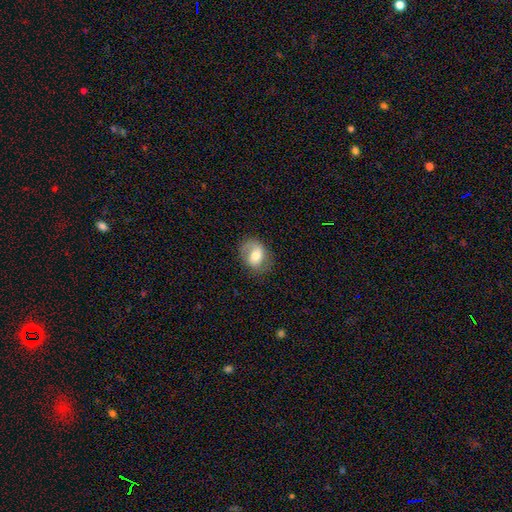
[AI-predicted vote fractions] Q: Smooth or featured?
A: smooth (53%); runner-up: featured or disk (39%)
Q: How rounded?
A: in between (56%); runner-up: round (43%)
Q: Merging?
A: none (67%); runner-up: minor disturbance (21%)